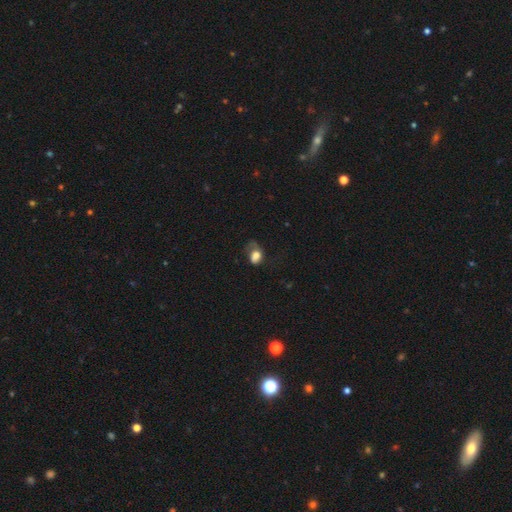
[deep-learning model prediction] Smooth or featured?
  - smooth: 66% *
  - featured or disk: 24%
  - star or artifact: 10%
How rounded?
  - in between: 72% *
  - round: 26%
  - cigar-shaped: 1%
Merging?
  - major disturbance: 45% *
  - minor disturbance: 26%
  - none: 25%
  - merger: 3%